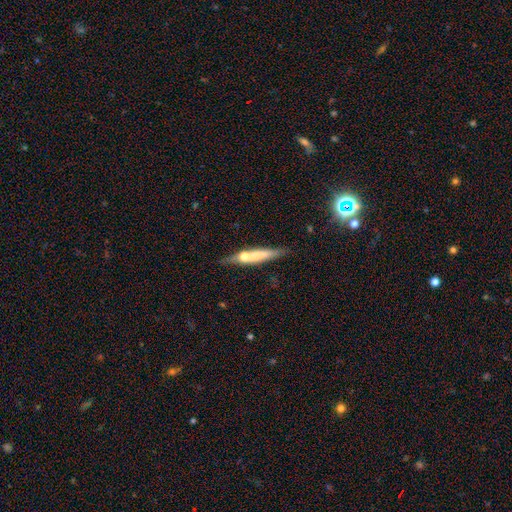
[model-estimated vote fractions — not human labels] The model was most divided on "smooth or featured": smooth: 47%, featured or disk: 46%, star or artifact: 7%. More confident: merging — none (67%).